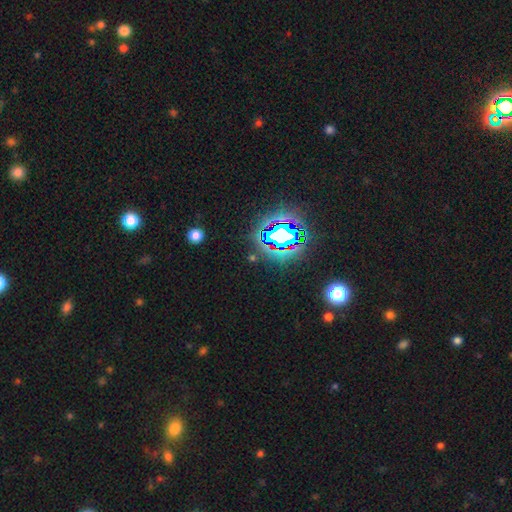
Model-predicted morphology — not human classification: smooth-or-featured: star or artifact: 75% | smooth: 15% | featured or disk: 10%